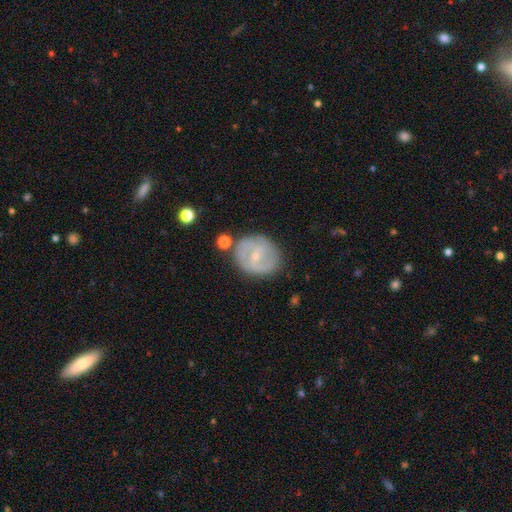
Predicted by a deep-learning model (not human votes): featured or disk 66%, smooth 28%, star or artifact 7%. Down the decision tree: edge-on disk — no (97%); bar — weak (50%); spiral arms — yes (76%); bulge size — small (74%); merging — none (75%).